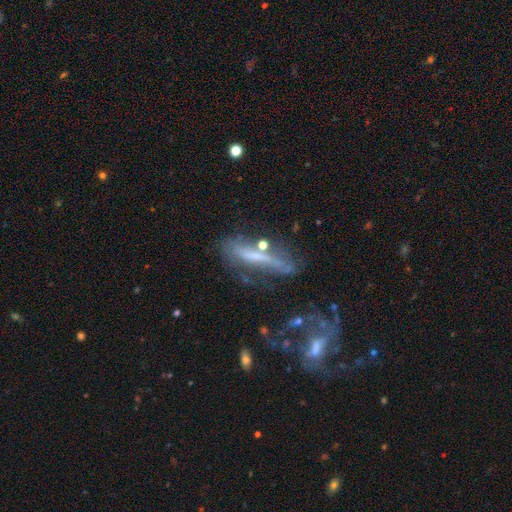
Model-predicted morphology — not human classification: smooth-or-featured: featured or disk: 50% | smooth: 38% | star or artifact: 12%
  merging: none: 46% | minor disturbance: 23% | major disturbance: 18% | merger: 12%